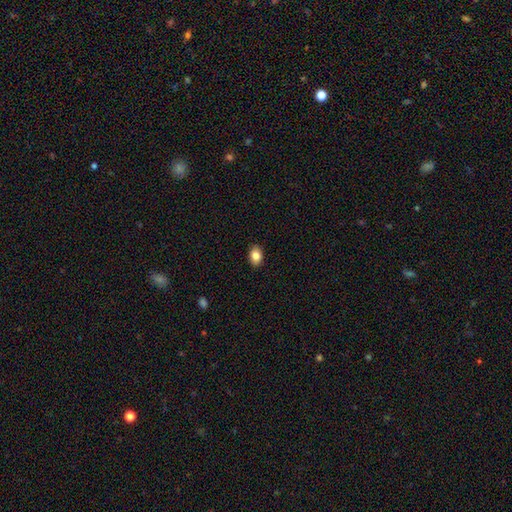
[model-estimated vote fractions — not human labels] A smooth galaxy with no disk features (85%) that is in between round and cigar-shaped (82%). Merging: none (89%).